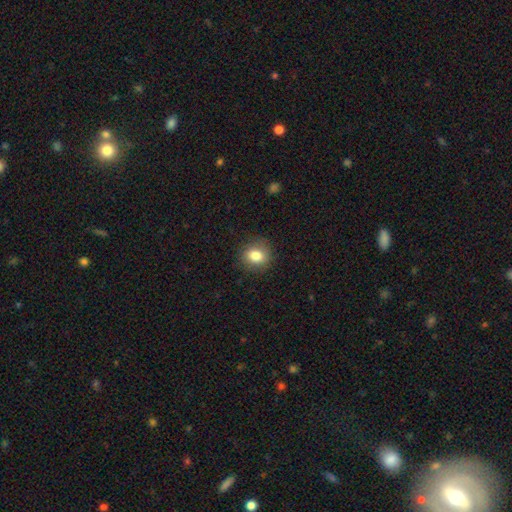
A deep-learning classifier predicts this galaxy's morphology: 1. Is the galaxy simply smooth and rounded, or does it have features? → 82% smooth, 10% star or artifact, 8% featured or disk.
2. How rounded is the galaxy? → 68% round, 31% in between, 1% cigar-shaped.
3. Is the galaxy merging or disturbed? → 85% none, 11% minor disturbance, 3% major disturbance, 1% merger.